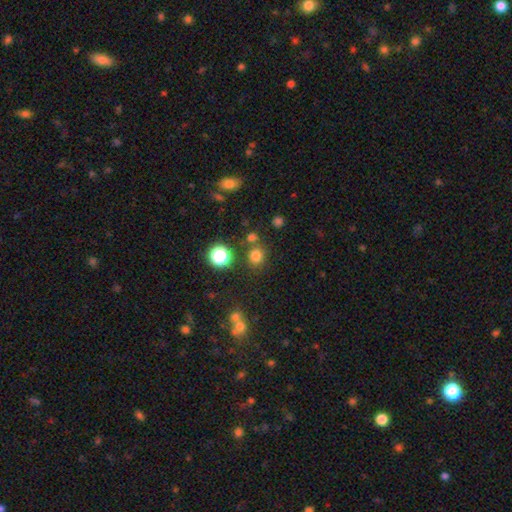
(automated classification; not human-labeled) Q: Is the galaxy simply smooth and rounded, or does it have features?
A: smooth — 74%.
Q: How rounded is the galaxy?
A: round — 81%.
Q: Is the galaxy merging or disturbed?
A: none — 77%.